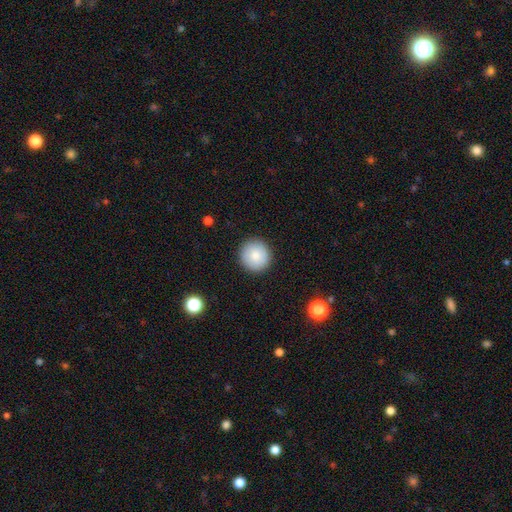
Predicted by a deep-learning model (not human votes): This appears to be a smooth galaxy with no disk features (83%) that is round (95%). Merging: none (92%).